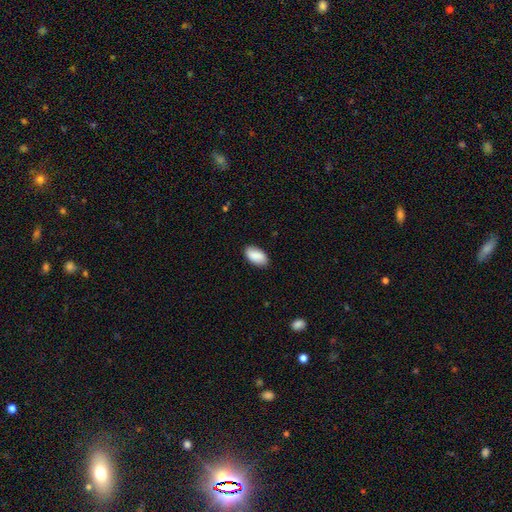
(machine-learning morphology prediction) smooth 88%, star or artifact 6%, featured or disk 6%. Down the decision tree: how rounded — in between (95%); merging — none (86%).